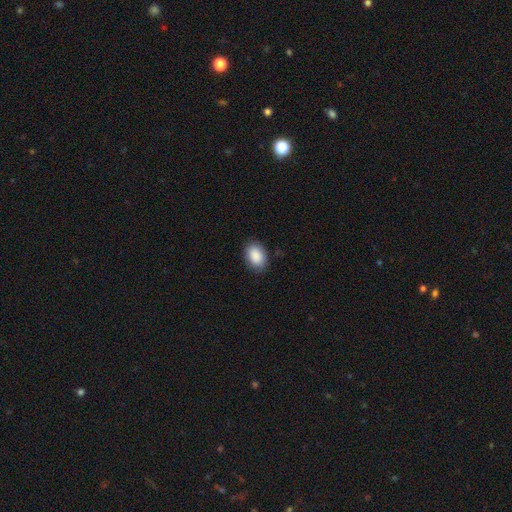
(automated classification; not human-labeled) A smooth galaxy with no disk features (90%) that is in between round and cigar-shaped (89%).

Vote fractions:
- Smooth or featured? smooth: 90% / star or artifact: 6% / featured or disk: 4%
- How rounded? in between: 89% / round: 10% / cigar-shaped: 1%
- Merging? none: 87% / minor disturbance: 10% / major disturbance: 2% / merger: 1%